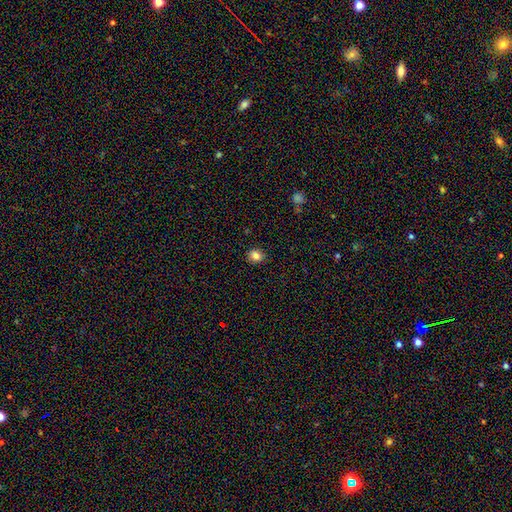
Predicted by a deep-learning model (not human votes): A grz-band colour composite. It shows a smooth galaxy with no disk features (83%) that is round (74%). Merging: none (89%).